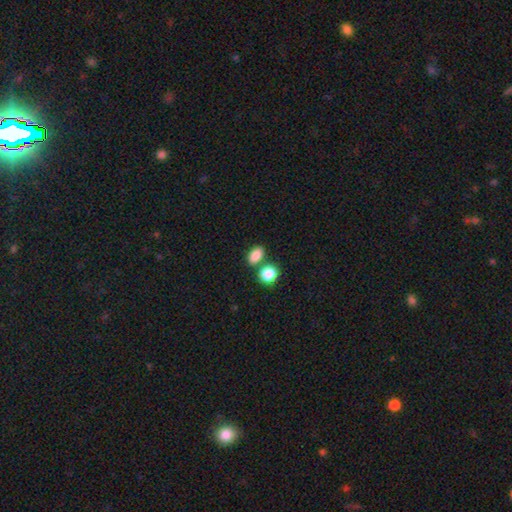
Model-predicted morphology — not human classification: A smooth galaxy with no disk features (84%) that is in between round and cigar-shaped (77%).

Vote fractions:
- Smooth or featured? smooth: 84% / star or artifact: 10% / featured or disk: 6%
- How rounded? in between: 77% / round: 21% / cigar-shaped: 2%
- Merging? none: 68% / merger: 18% / minor disturbance: 11% / major disturbance: 3%